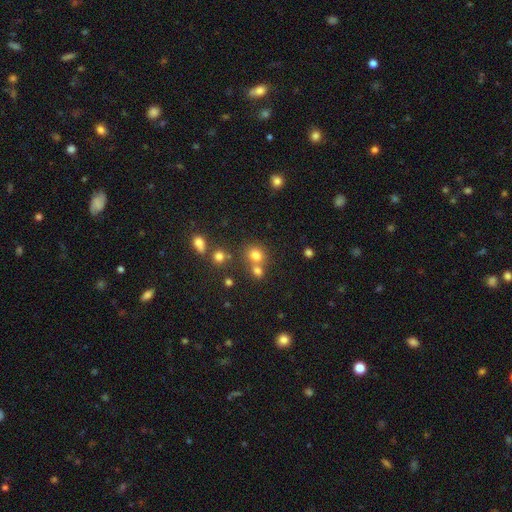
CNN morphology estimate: Smooth or featured? smooth (75%)
How rounded? round (74%)
Merging? none (52%)